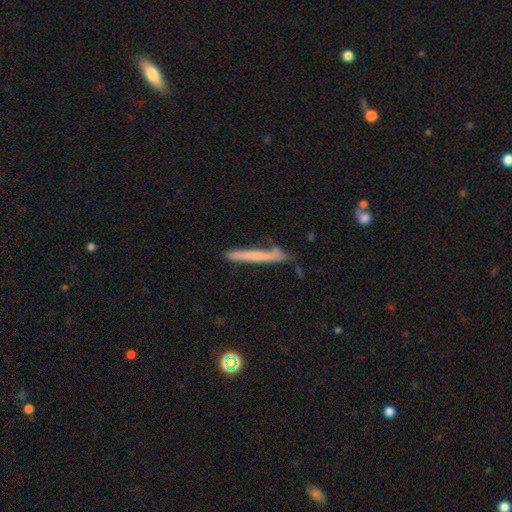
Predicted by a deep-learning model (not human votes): smooth_or_featured: smooth (p=0.55) [alt: featured or disk p=0.38]
how_rounded: cigar-shaped (p=0.96) [alt: in between p=0.02]
merging: none (p=0.71) [alt: minor disturbance p=0.19]